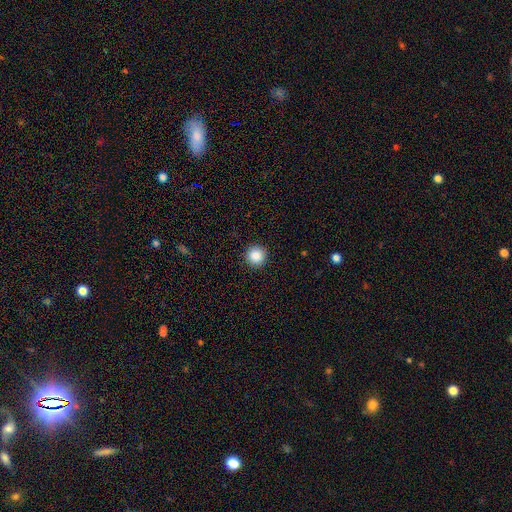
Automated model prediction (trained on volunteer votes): This appears to be a smooth galaxy with no disk features (87%) that is round (96%). Merging: none (92%).